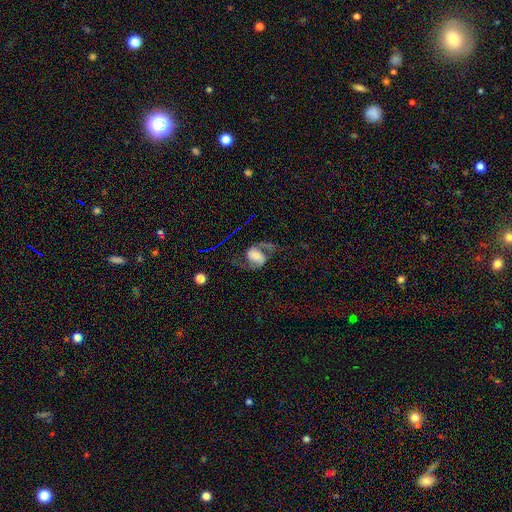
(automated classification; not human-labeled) Smooth or featured? Predicted: featured or disk (p=0.82). Edge-on disk? Predicted: no (p=0.98). Bar? Predicted: no (p=0.42). Spiral arms? Predicted: yes (p=0.95). Spiral winding? Predicted: loose (p=0.49). Spiral arm count? Predicted: 2 (p=0.93). Bulge size? Predicted: moderate (p=0.41). Merging? Predicted: none (p=0.66).